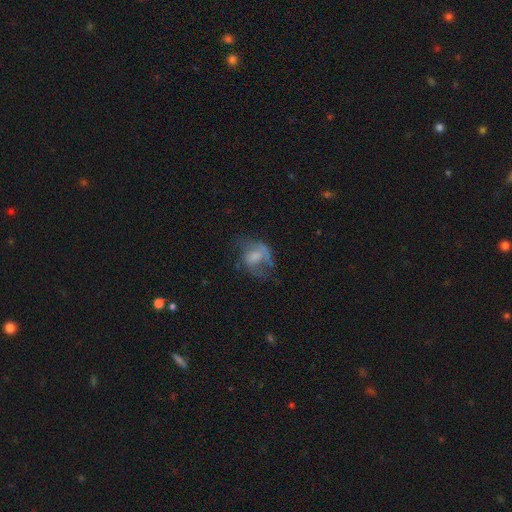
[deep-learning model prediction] Overall: featured or disk (45%, tied with smooth). Merging: major disturbance (41%; none 33%).